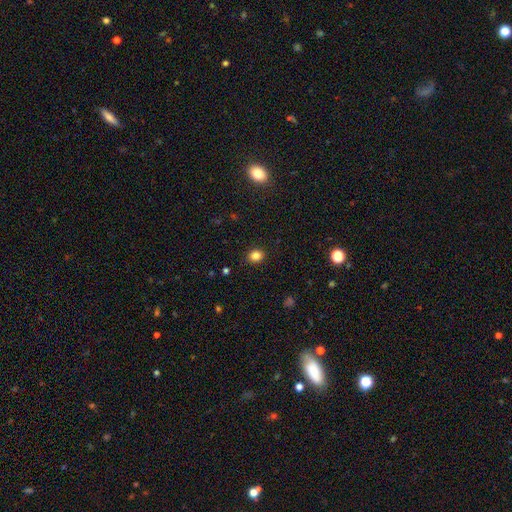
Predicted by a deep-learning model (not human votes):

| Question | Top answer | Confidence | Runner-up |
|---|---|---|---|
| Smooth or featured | smooth | 83% | star or artifact (12%) |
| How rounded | round | 66% | in between (33%) |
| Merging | none | 90% | minor disturbance (7%) |